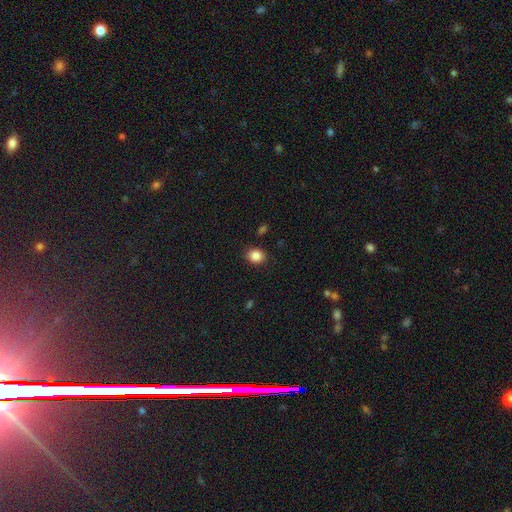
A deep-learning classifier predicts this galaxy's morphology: This appears to be a smooth galaxy with no disk features (86%) that is round (58%). Merging: none (87%).